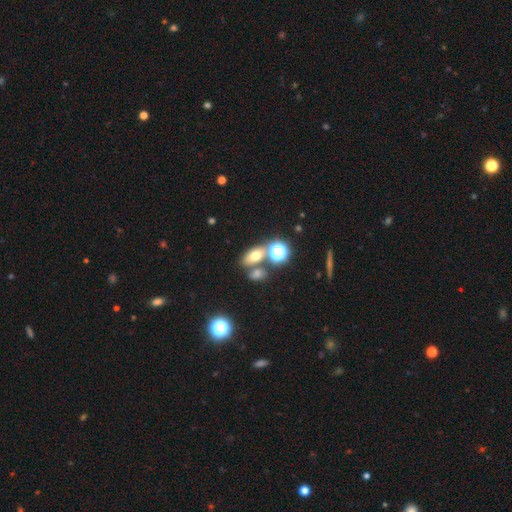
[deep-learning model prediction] Smooth or featured: smooth — 62% (star or artifact — 20%)
How rounded: in between — 77% (round — 18%)
Merging: none — 59% (merger — 26%)